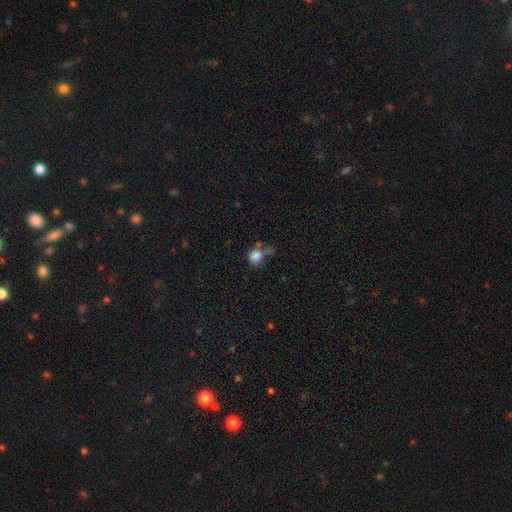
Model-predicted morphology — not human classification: The model was most divided on "merging": none: 43%, merger: 22%, minor disturbance: 21%, major disturbance: 13%. More confident: smooth or featured — smooth (83%); how rounded — round (75%).